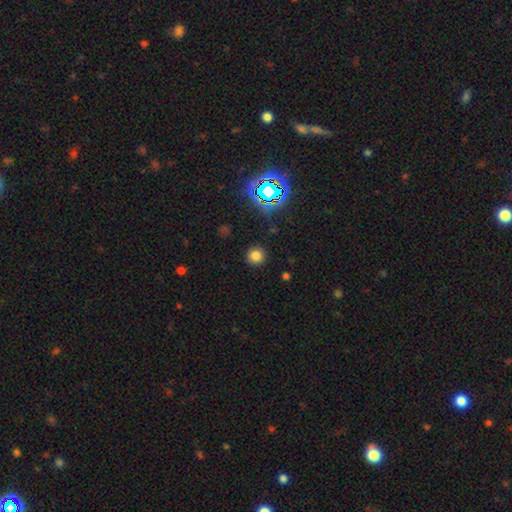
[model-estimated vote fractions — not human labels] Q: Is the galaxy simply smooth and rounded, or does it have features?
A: smooth — 75%.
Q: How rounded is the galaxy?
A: round — 93%.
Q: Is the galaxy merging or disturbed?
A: none — 90%.